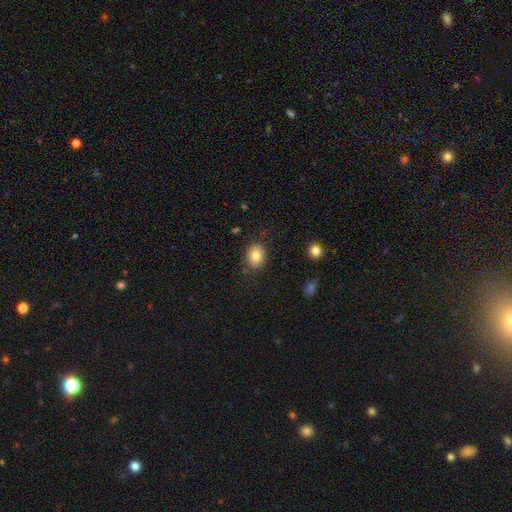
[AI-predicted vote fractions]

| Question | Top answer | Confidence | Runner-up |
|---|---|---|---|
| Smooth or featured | smooth | 81% | featured or disk (10%) |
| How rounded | in between | 50% | round (49%) |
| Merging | none | 83% | minor disturbance (12%) |